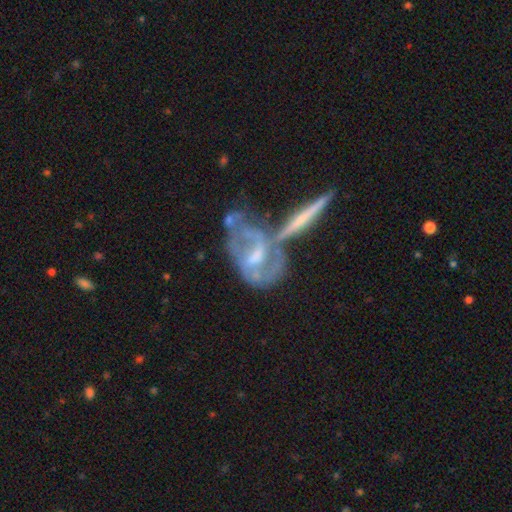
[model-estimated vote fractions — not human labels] featured or disk 76%, smooth 17%, star or artifact 7%. Down the decision tree: edge-on disk — no (83%); bar — weak (41%); spiral arms — yes (67%); bulge size — moderate (46%); merging — merger (47%).